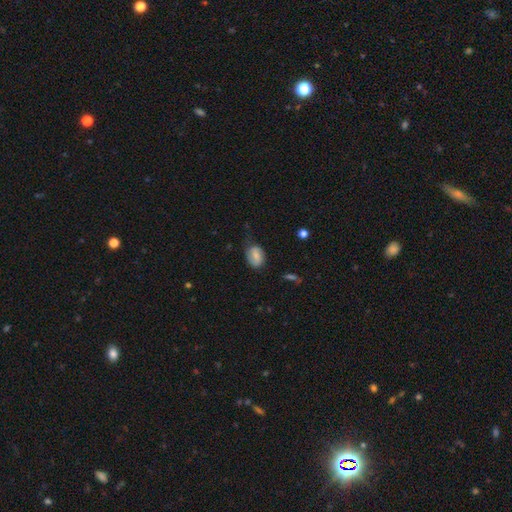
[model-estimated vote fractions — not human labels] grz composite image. It shows a smooth galaxy with no disk features (62%) that is in between round and cigar-shaped (74%). Merging: none (58%).